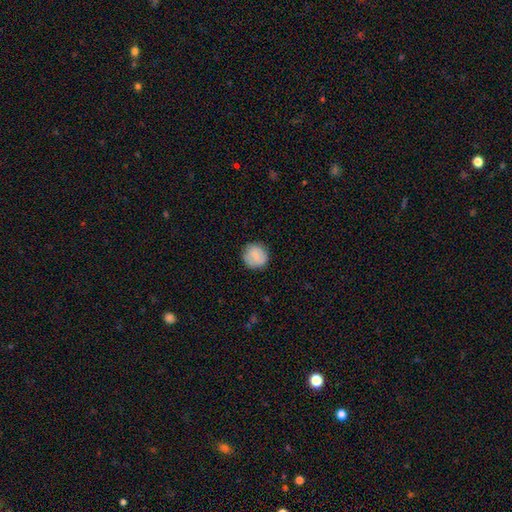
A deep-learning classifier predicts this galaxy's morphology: Overall: smooth (78%). How rounded: round (92%). Merging: none (87%).